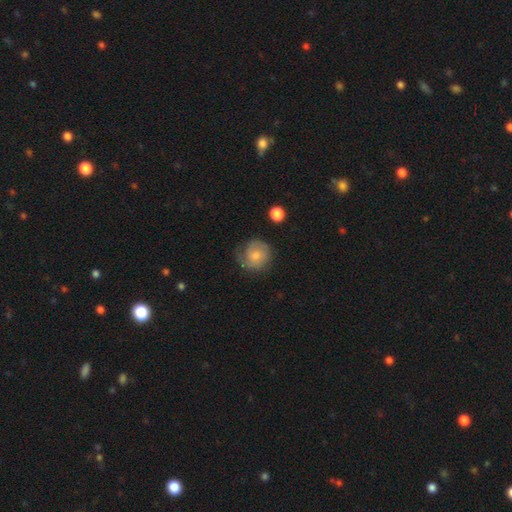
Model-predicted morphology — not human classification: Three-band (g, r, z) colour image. It shows a featured or disk galaxy (48%). Merging: none (64%).